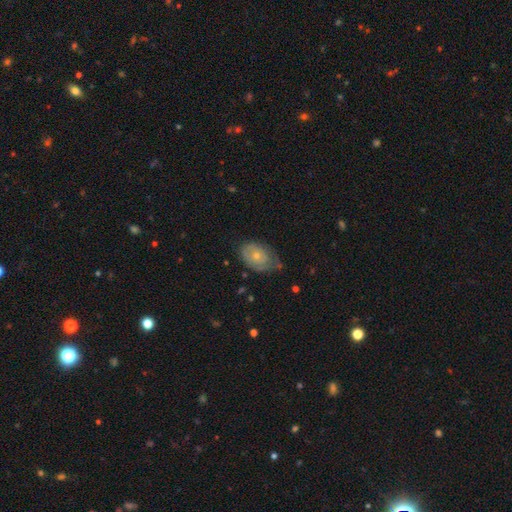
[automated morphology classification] type=featured or disk (50%); merging=none (57%).